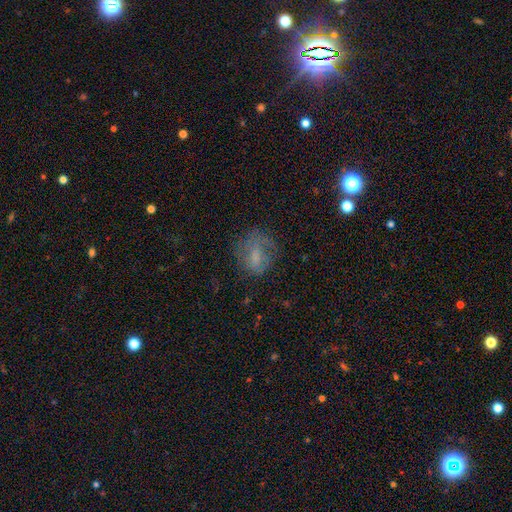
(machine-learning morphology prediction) smooth_or_featured: smooth (p=0.53) [alt: featured or disk p=0.32]
how_rounded: round (p=0.49) [alt: in between p=0.48]
merging: none (p=0.52) [alt: minor disturbance p=0.24]